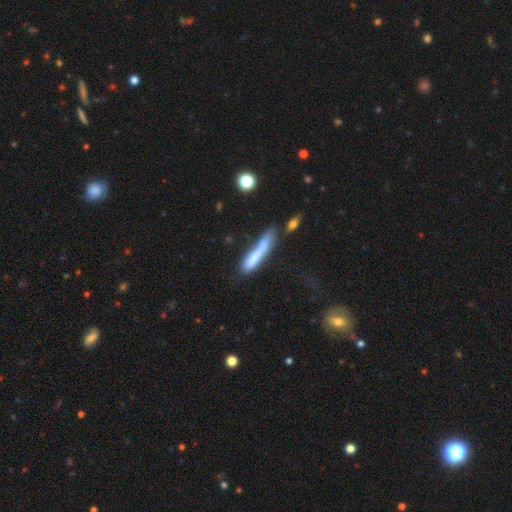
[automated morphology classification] Smooth or featured?
  - smooth: 69% *
  - featured or disk: 24%
  - star or artifact: 8%
How rounded?
  - cigar-shaped: 88% *
  - in between: 11%
  - round: 2%
Merging?
  - none: 41% *
  - minor disturbance: 25%
  - merger: 18%
  - major disturbance: 16%